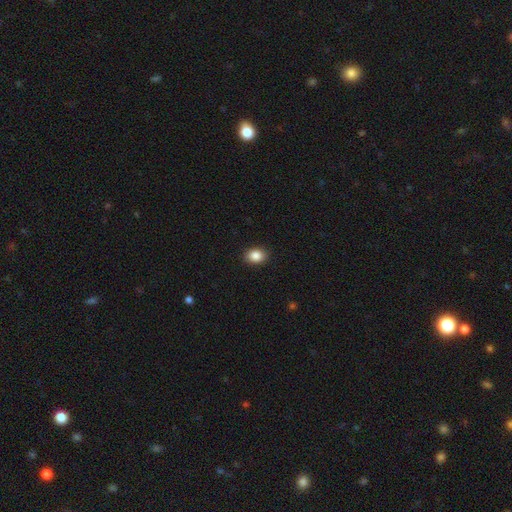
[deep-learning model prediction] Smooth or featured?
  - smooth: 87% *
  - star or artifact: 9%
  - featured or disk: 4%
How rounded?
  - in between: 69% *
  - round: 30%
  - cigar-shaped: 1%
Merging?
  - none: 91% *
  - minor disturbance: 7%
  - major disturbance: 2%
  - merger: 1%